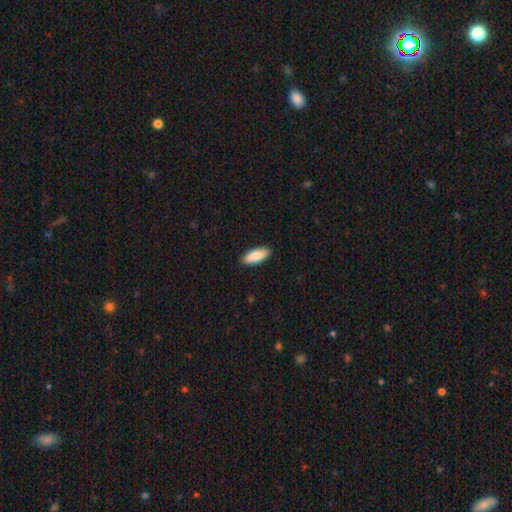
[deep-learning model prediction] Smooth or featured? Predicted: smooth (p=0.87). How rounded? Predicted: in between (p=0.76). Merging? Predicted: none (p=0.90).